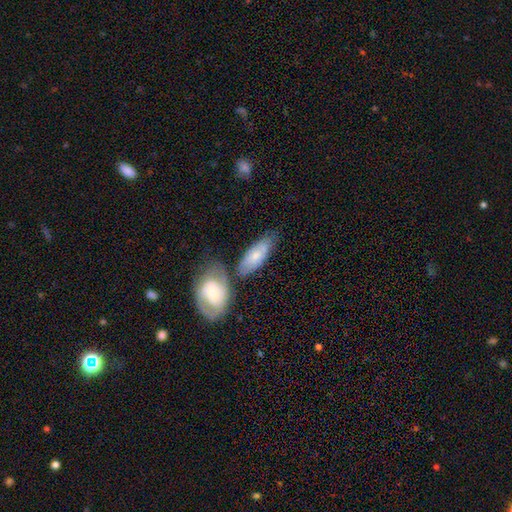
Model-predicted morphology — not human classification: This is likely a smooth galaxy (66%). How rounded: likely in between (74%). Merging: possibly none (53%).